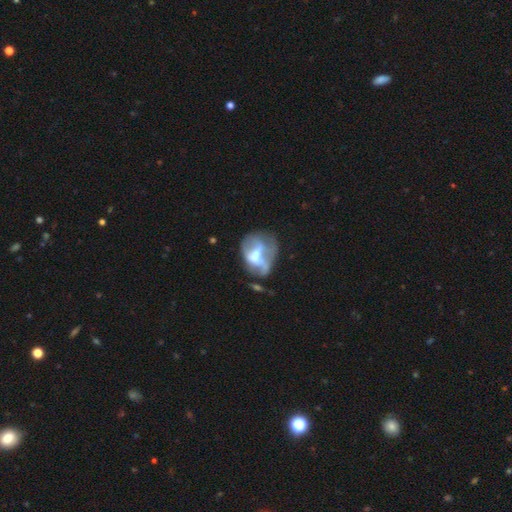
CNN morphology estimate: Overall: featured or disk (55%; smooth 35%). Edge-on disk: no (96%). Bar: no (50%; weak 31%). Spiral arms: no (72%). Bulge size: moderate (38%; none 24%). Merging: major disturbance (35%; none 28%).